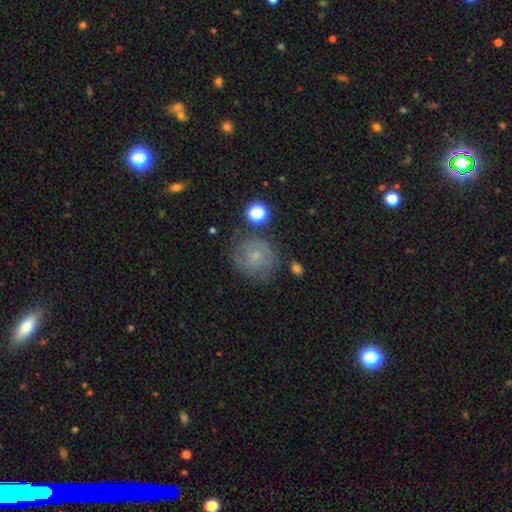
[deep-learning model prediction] This appears to be a smooth galaxy with no disk features (53%) that is round (86%). Merging: none (67%).